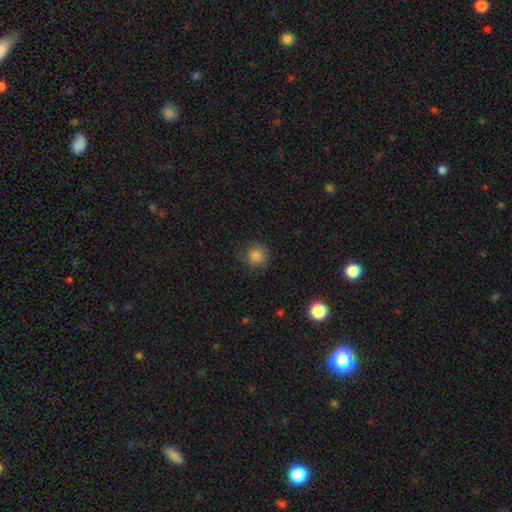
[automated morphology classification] Smooth or featured: smooth — 84% (star or artifact — 11%)
How rounded: round — 92% (in between — 7%)
Merging: none — 79% (minor disturbance — 15%)